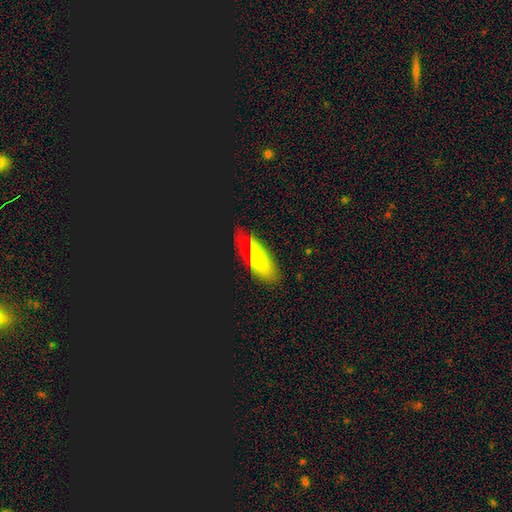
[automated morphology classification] Q: Smooth or featured?
A: smooth (62%); runner-up: star or artifact (21%)
Q: How rounded?
A: in between (74%); runner-up: cigar-shaped (22%)
Q: Merging?
A: none (82%); runner-up: minor disturbance (13%)